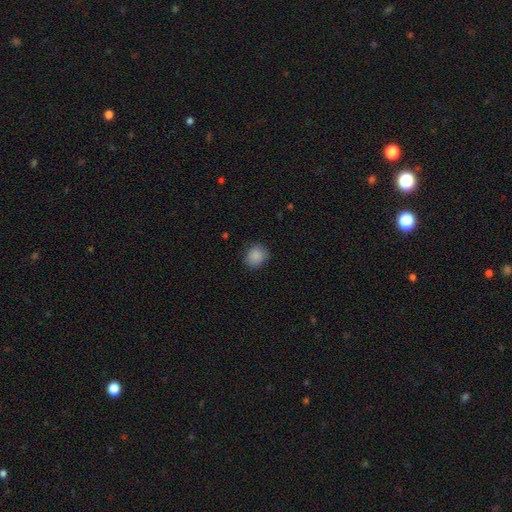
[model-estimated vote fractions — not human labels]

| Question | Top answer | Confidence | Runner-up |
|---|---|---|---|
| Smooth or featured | smooth | 87% | star or artifact (9%) |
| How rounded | round | 72% | in between (27%) |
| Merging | none | 82% | minor disturbance (14%) |